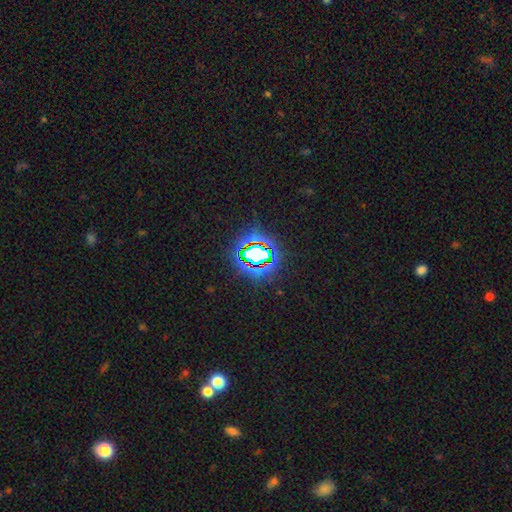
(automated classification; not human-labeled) Overall: star or artifact (73%).